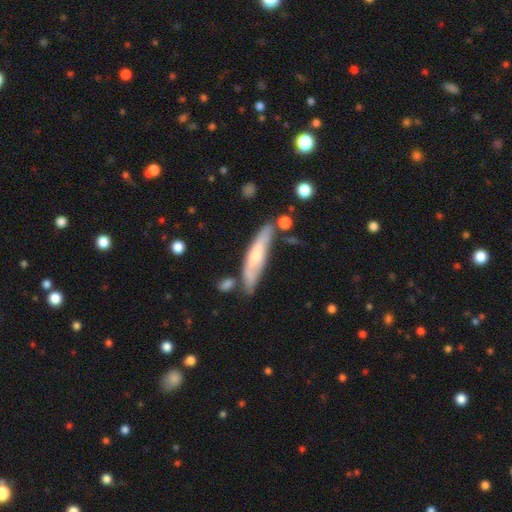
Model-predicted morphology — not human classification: Smooth or featured?
  - featured or disk: 49% *
  - smooth: 45%
  - star or artifact: 6%
Merging?
  - none: 58% *
  - minor disturbance: 23%
  - merger: 12%
  - major disturbance: 7%